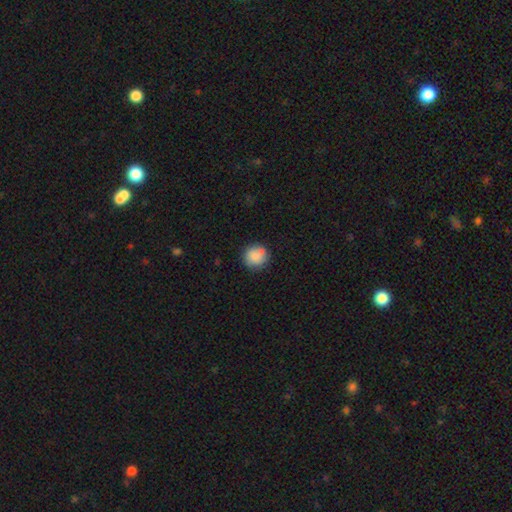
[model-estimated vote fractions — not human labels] Smooth or featured: smooth — 80% (featured or disk — 12%)
How rounded: round — 90% (in between — 9%)
Merging: none — 69% (minor disturbance — 15%)